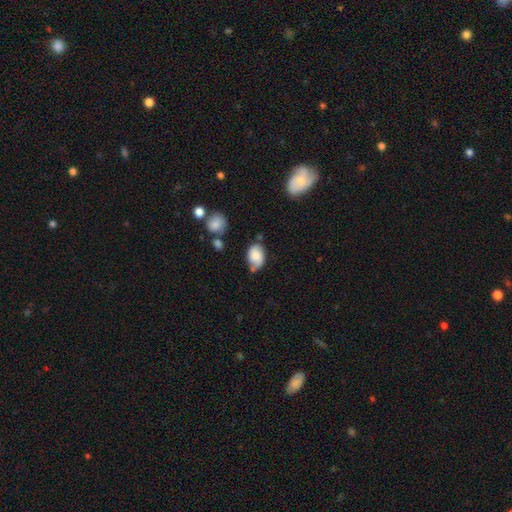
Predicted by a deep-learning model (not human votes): Smooth or featured: smooth — 68% (featured or disk — 23%)
How rounded: in between — 81% (round — 18%)
Merging: none — 53% (minor disturbance — 30%)